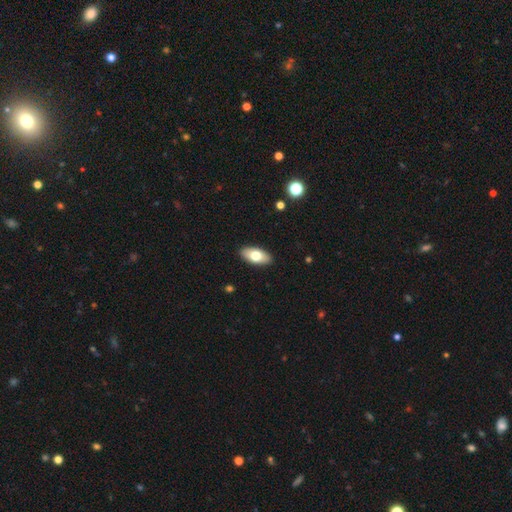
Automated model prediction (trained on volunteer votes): smooth-or-featured: smooth: 72% | featured or disk: 21% | star or artifact: 6%
  how-rounded: in between: 91% | cigar-shaped: 6% | round: 3%
  merging: none: 90% | minor disturbance: 7% | major disturbance: 2% | merger: 1%